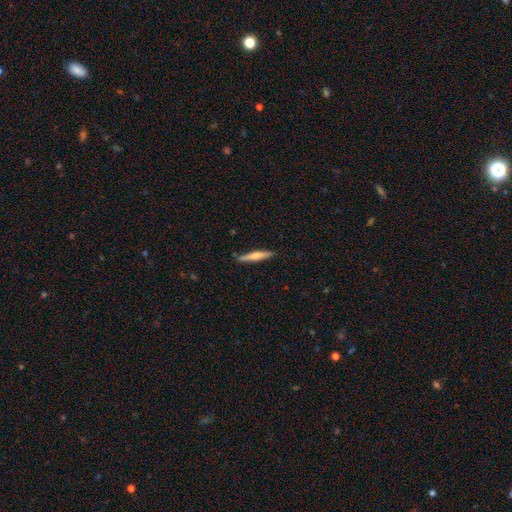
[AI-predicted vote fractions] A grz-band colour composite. It shows a smooth galaxy with no disk features (54%) that is cigar-shaped (93%). Merging: none (86%).